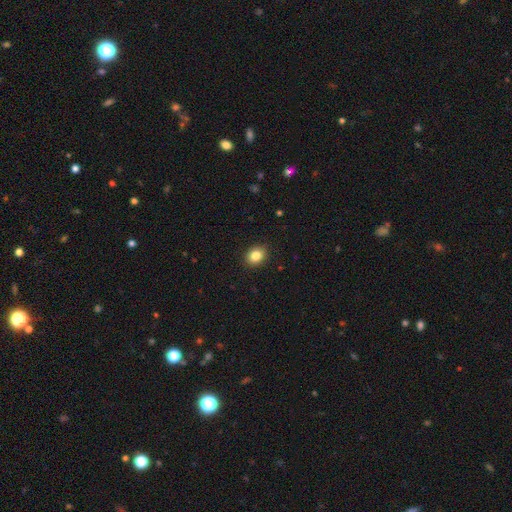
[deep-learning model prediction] Smooth or featured? smooth (84%)
How rounded? round (51%)
Merging? none (90%)